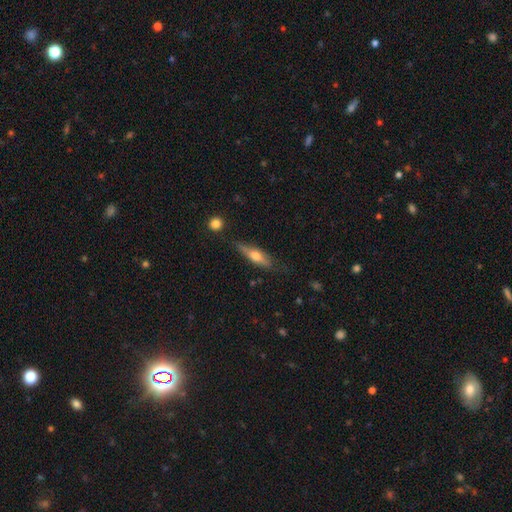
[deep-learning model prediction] This appears to be a featured or disk galaxy (51%) viewed edge-on (89%). Merging: none (73%).